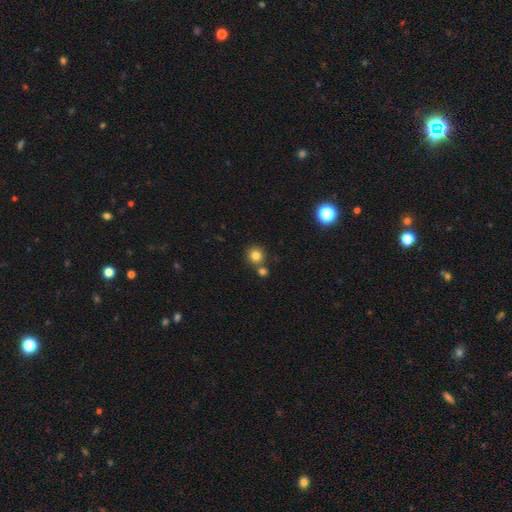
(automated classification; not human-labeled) Smooth or featured? Predicted: smooth (p=0.81). How rounded? Predicted: round (p=0.90). Merging? Predicted: none (p=0.69).